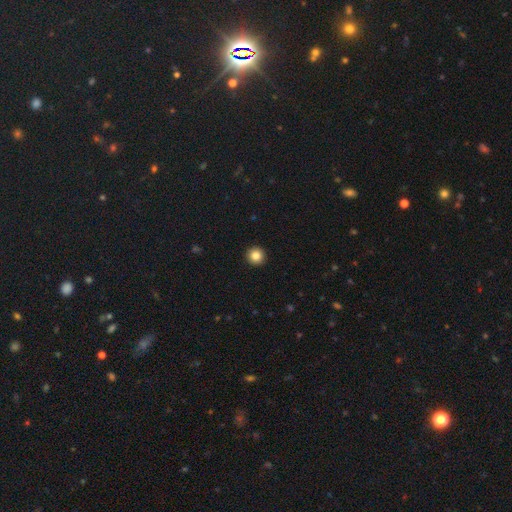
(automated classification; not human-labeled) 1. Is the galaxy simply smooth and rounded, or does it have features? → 85% smooth, 10% star or artifact, 5% featured or disk.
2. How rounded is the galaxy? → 96% round, 3% in between, 1% cigar-shaped.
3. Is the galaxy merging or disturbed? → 94% none, 4% minor disturbance, 1% major disturbance, 1% merger.